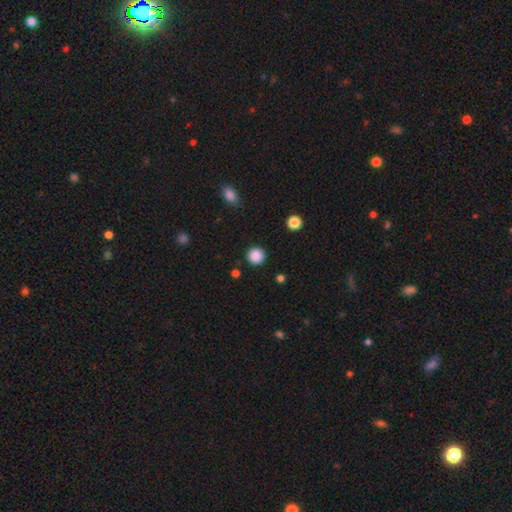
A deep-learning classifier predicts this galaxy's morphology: smooth 88%, star or artifact 10%, featured or disk 3%. Down the decision tree: how rounded — round (95%); merging — none (91%).